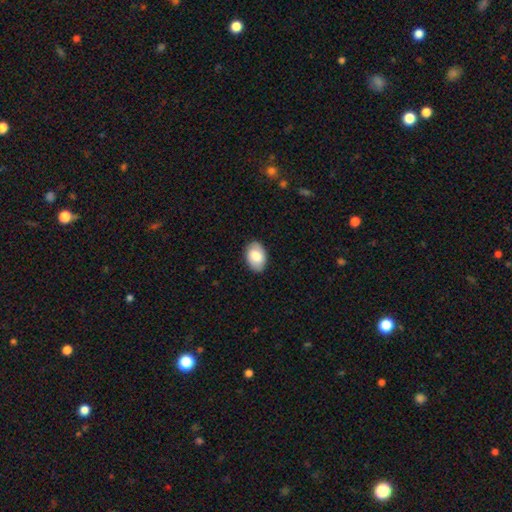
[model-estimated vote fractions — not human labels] This is clearly a smooth galaxy (81%). How rounded: clearly in between (89%). Merging: clearly none (87%).